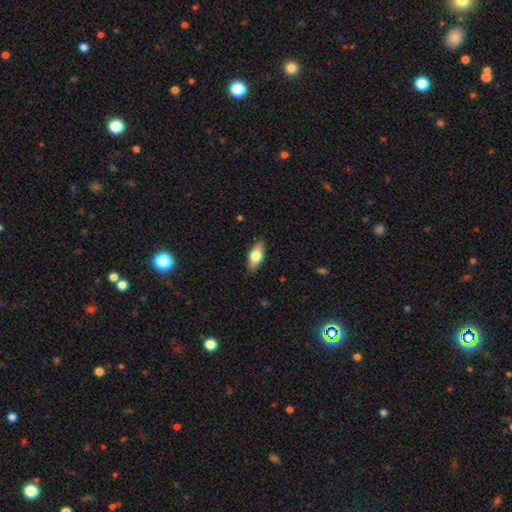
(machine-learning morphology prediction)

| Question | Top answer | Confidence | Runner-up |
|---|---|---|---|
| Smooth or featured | smooth | 67% | featured or disk (27%) |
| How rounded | in between | 83% | cigar-shaped (12%) |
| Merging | none | 85% | minor disturbance (12%) |